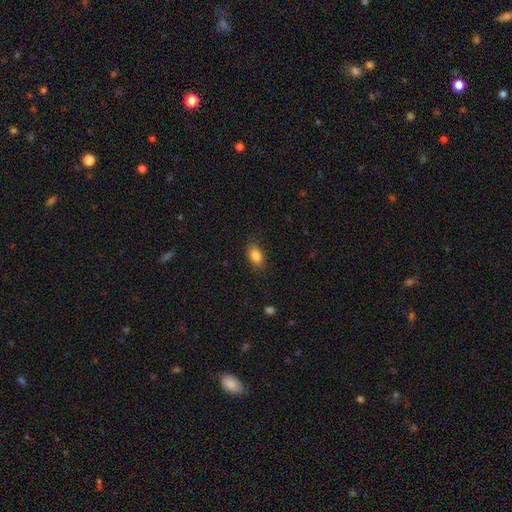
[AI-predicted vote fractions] A smooth galaxy with no disk features (84%) that is in between round and cigar-shaped (85%). Merging: none (84%).